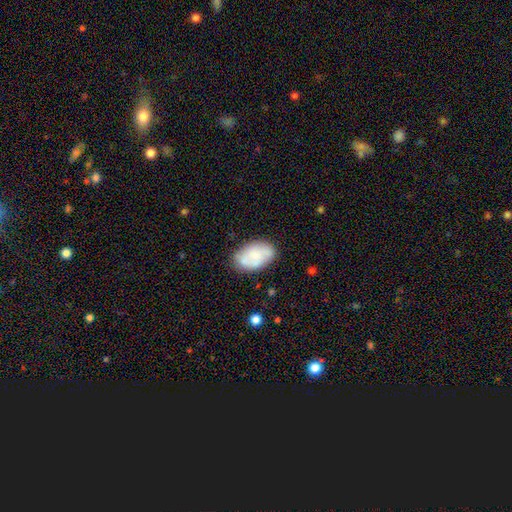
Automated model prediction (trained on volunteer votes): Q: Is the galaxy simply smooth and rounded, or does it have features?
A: smooth — 68%.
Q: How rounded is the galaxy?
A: in between — 91%.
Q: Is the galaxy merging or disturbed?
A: none — 68%.